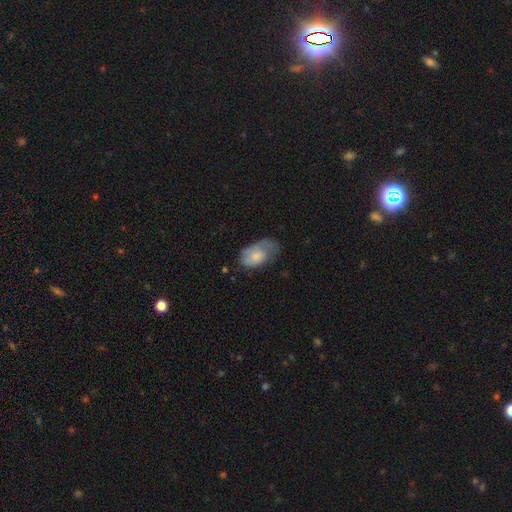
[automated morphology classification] smooth 62%, featured or disk 32%, star or artifact 7%. Down the decision tree: how rounded — in between (91%); merging — none (37%).